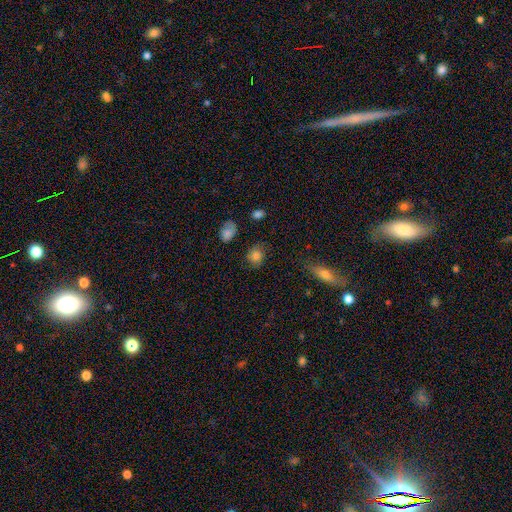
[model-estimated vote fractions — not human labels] Morphology: type=smooth (81%); roundness=round (60%); merging=none (77%).